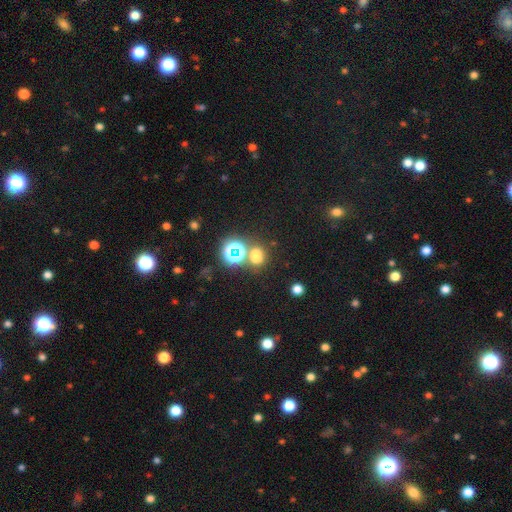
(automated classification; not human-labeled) This appears to be a smooth galaxy with no disk features (53%) that is round (70%). Merging: none (56%).